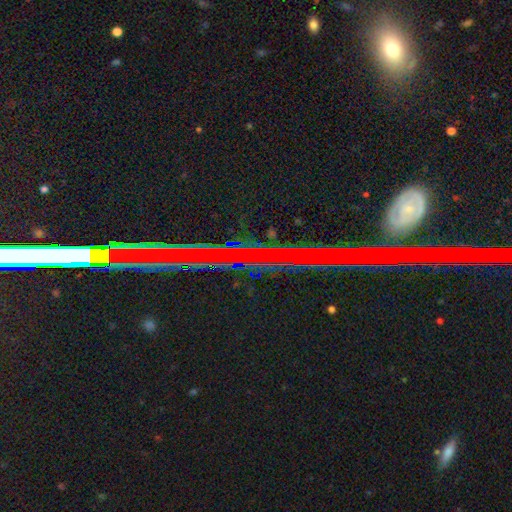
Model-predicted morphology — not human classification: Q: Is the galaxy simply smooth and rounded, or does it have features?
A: star or artifact — 78%.